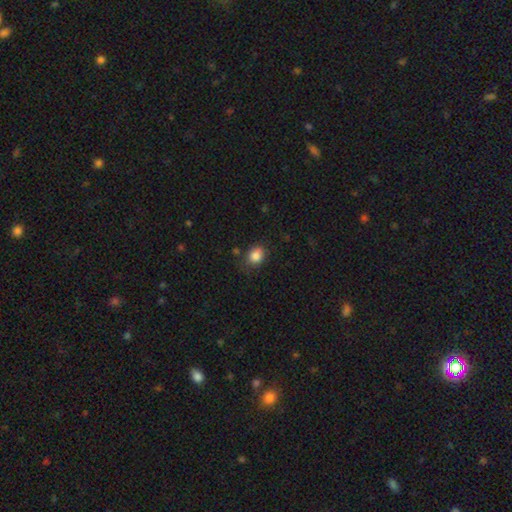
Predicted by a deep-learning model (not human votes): Smooth or featured: smooth — 86% (star or artifact — 10%)
How rounded: in between — 51% (round — 48%)
Merging: none — 73% (minor disturbance — 20%)